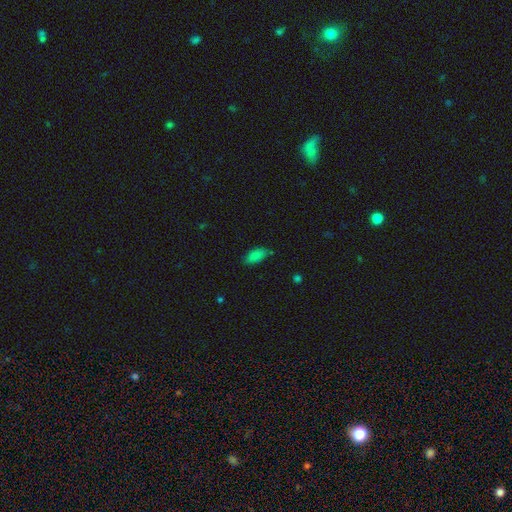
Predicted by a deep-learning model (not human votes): smooth_or_featured: smooth (p=0.85) [alt: star or artifact p=0.10]
how_rounded: in between (p=0.88) [alt: cigar-shaped p=0.09]
merging: none (p=0.74) [alt: minor disturbance p=0.20]